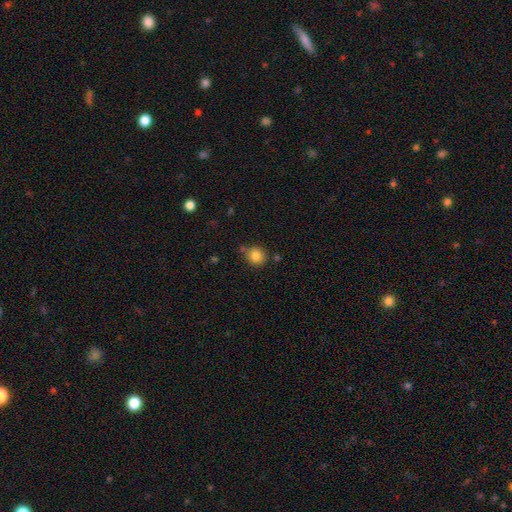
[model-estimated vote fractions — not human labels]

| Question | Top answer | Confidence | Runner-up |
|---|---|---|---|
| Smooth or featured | smooth | 84% | star or artifact (10%) |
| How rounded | round | 88% | in between (11%) |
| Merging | none | 76% | minor disturbance (13%) |